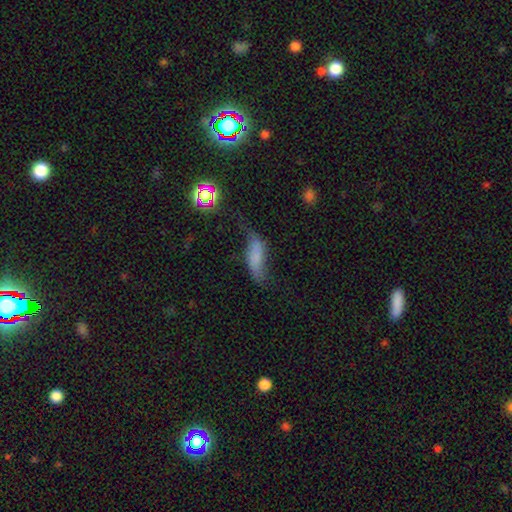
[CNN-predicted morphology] type=smooth (57%); roundness=in between (55%); merging=none (42%).